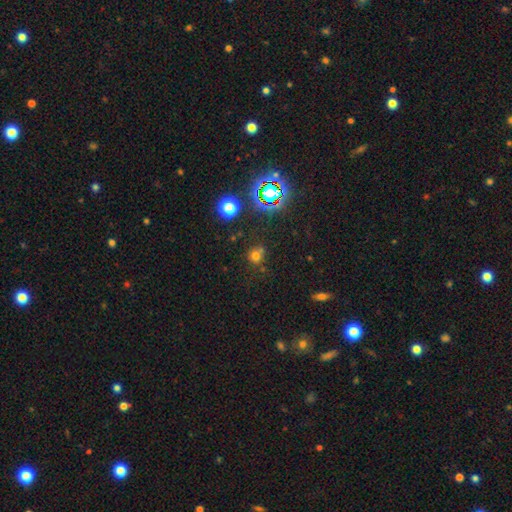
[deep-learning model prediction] smooth-or-featured: smooth: 63% | star or artifact: 28% | featured or disk: 9%
  how-rounded: round: 85% | in between: 14% | cigar-shaped: 1%
  merging: none: 64% | merger: 18% | minor disturbance: 13% | major disturbance: 5%